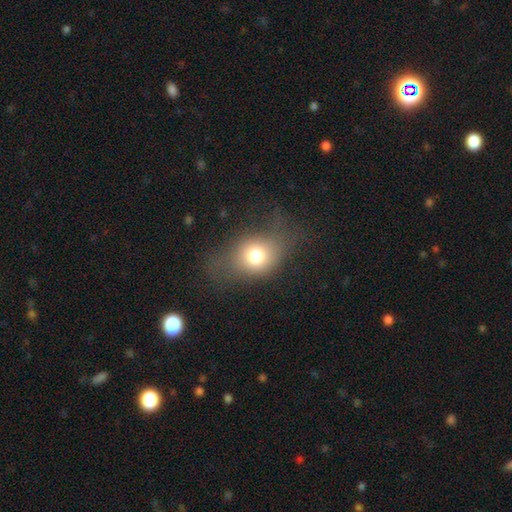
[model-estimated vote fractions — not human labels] Smooth or featured?
  - smooth: 71% *
  - featured or disk: 17%
  - star or artifact: 12%
How rounded?
  - round: 49% * (tied)
  - in between: 49% * (tied)
  - cigar-shaped: 2%
Merging?
  - none: 53% *
  - minor disturbance: 24%
  - major disturbance: 21%
  - merger: 2%